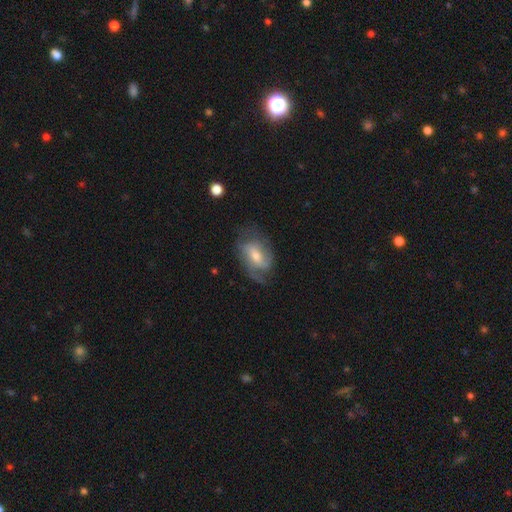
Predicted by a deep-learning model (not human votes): Morphology: type=featured or disk (70%); edge-on=no (95%); bar=weak (47%); spiral arms=yes (88%); winding=medium (44%); arm count=2 (46%); bulge=moderate (53%); merging=none (60%).